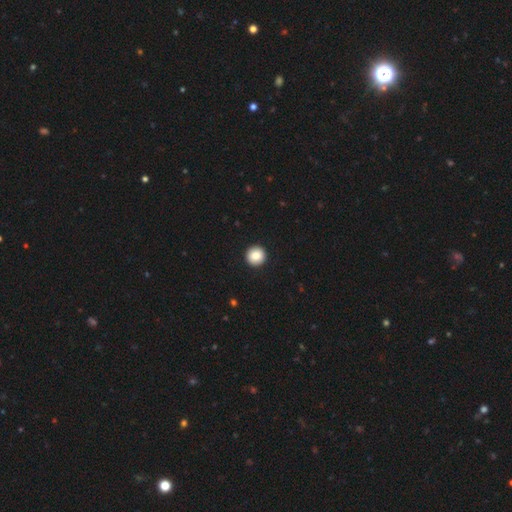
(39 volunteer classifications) smooth-or-featured: smooth: 95% | star or artifact: 5% | featured or disk: 0%
  how-rounded: round: 97% | in between: 3% | cigar-shaped: 0%
  merging: none: 89% | major disturbance: 11% | minor disturbance: 0% | merger: 0%